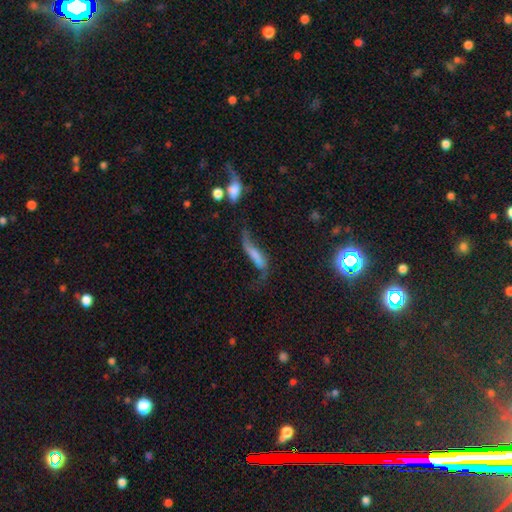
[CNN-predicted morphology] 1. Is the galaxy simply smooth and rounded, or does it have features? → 55% featured or disk, 34% smooth, 11% star or artifact.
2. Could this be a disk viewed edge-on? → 76% no, 24% yes.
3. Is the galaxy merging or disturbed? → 39% none, 31% major disturbance, 22% minor disturbance, 9% merger.